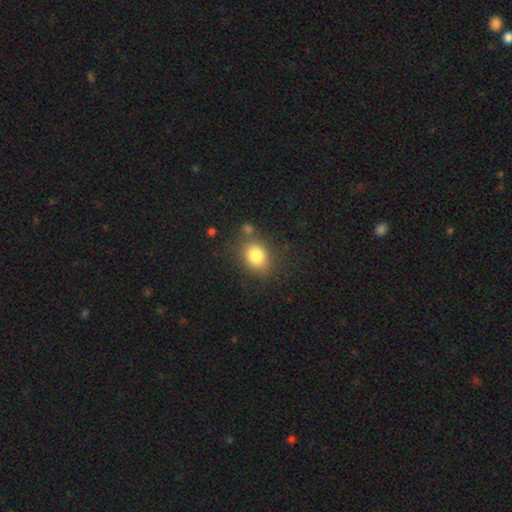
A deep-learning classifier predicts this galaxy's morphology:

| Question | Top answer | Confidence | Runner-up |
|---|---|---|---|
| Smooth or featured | smooth | 82% | star or artifact (10%) |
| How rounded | round | 51% | in between (48%) |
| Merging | none | 75% | minor disturbance (13%) |